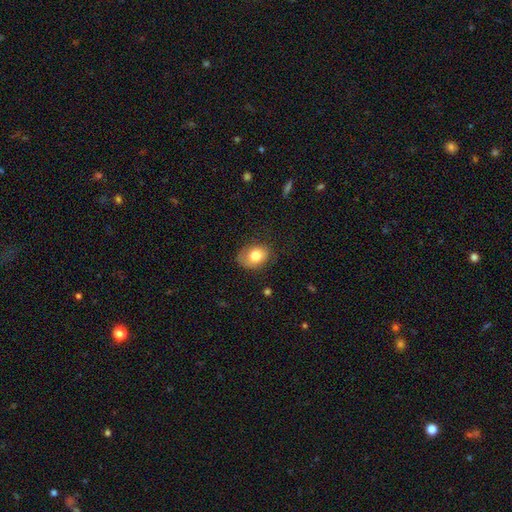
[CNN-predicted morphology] smooth 78%, featured or disk 13%, star or artifact 8%. Down the decision tree: how rounded — in between (70%); merging — none (70%).